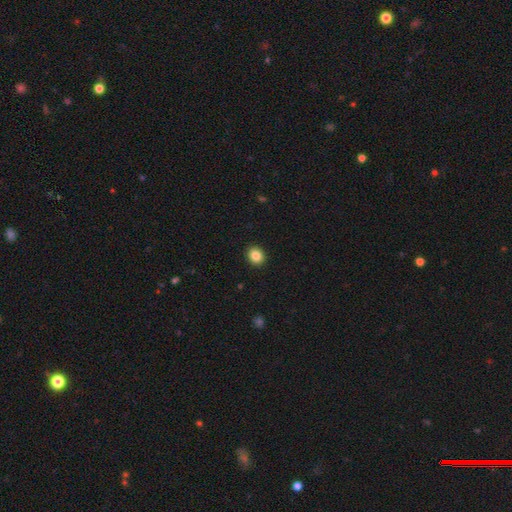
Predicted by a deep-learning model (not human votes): The model was most divided on "how rounded": round: 71%, in between: 28%, cigar-shaped: 1%. More confident: merging — none (92%); smooth or featured — smooth (85%).